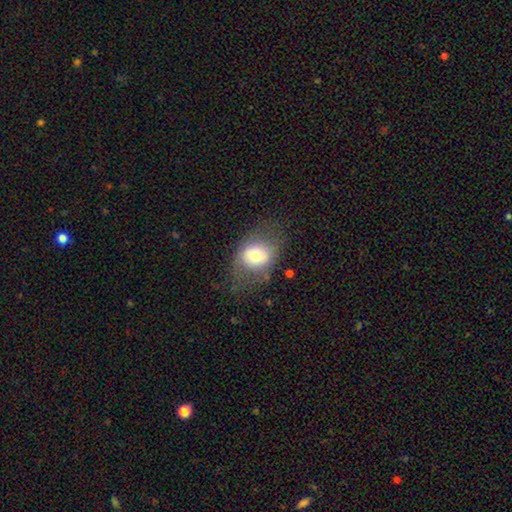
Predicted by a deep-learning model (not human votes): A smooth galaxy with no disk features (66%) that is in between round and cigar-shaped (53%).

Vote fractions:
- Smooth or featured? smooth: 66% / featured or disk: 24% / star or artifact: 10%
- How rounded? in between: 53% / round: 46% / cigar-shaped: 1%
- Merging? none: 60% / minor disturbance: 22% / major disturbance: 16% / merger: 2%